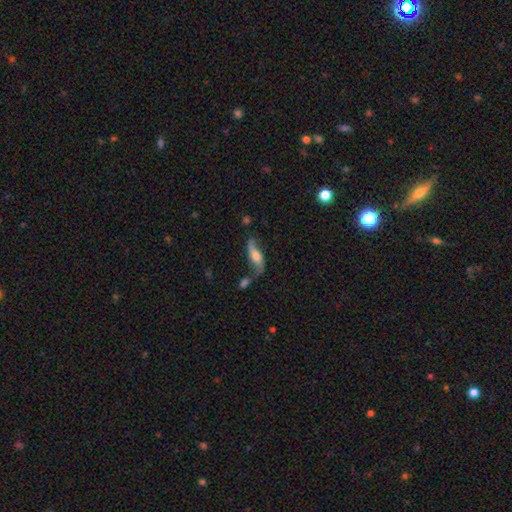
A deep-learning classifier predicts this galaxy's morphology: smooth_or_featured: featured or disk (p=0.58) [alt: smooth p=0.34]
disk_edge_on: no (p=0.71) [alt: yes p=0.29]
merging: none (p=0.51) [alt: minor disturbance p=0.21]